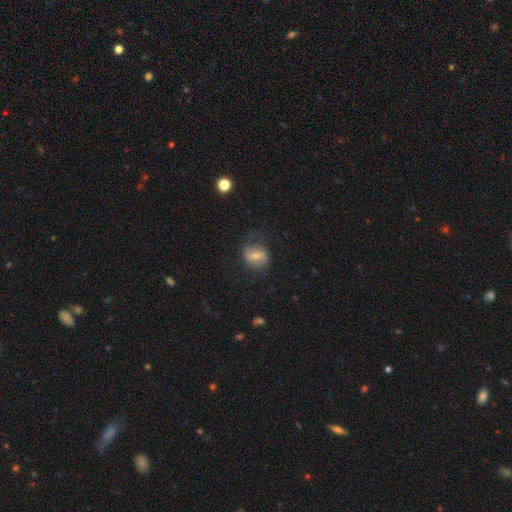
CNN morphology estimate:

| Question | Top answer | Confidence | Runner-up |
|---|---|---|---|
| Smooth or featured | featured or disk | 57% | smooth (35%) |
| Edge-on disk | no | 96% | yes (4%) |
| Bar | weak | 44% | strong (29%) |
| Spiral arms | yes | 82% | no (18%) |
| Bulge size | moderate | 48% | small (43%) |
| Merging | none | 68% | minor disturbance (20%) |